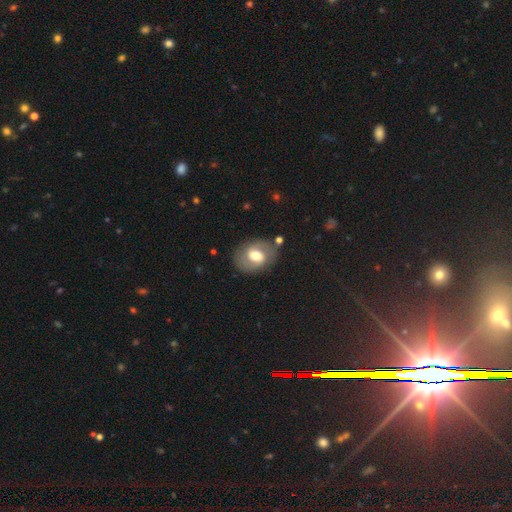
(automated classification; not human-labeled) This appears to be a featured or disk galaxy (50%). Merging: none (75%).